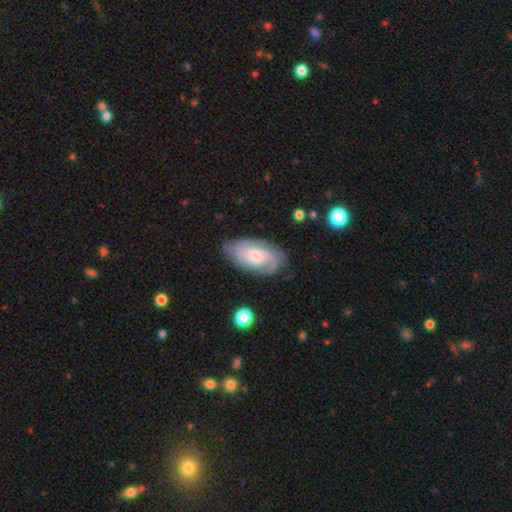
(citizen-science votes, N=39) Volunteers were most divided on "bulge size": small: 50%, moderate: 43%, dominant: 4%, none: 4%, large: 0%. Remaining: edge-on disk — no (93%); spiral arms — yes (89%); merging — none (81%); smooth or featured — featured or disk (77%); spiral winding — tight (64%); bar — no (61%); spiral arm count — 2 (40%).